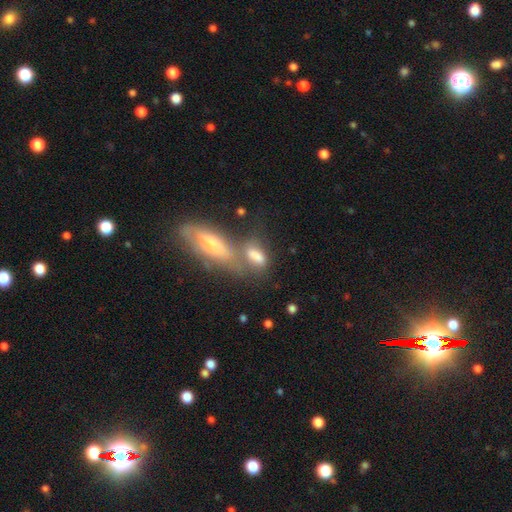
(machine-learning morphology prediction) A smooth galaxy with no disk features (73%) that is in between round and cigar-shaped (71%).

Vote fractions:
- Smooth or featured? smooth: 73% / featured or disk: 17% / star or artifact: 10%
- How rounded? in between: 71% / cigar-shaped: 22% / round: 7%
- Merging? merger: 45% / none: 32% / minor disturbance: 13% / major disturbance: 9%